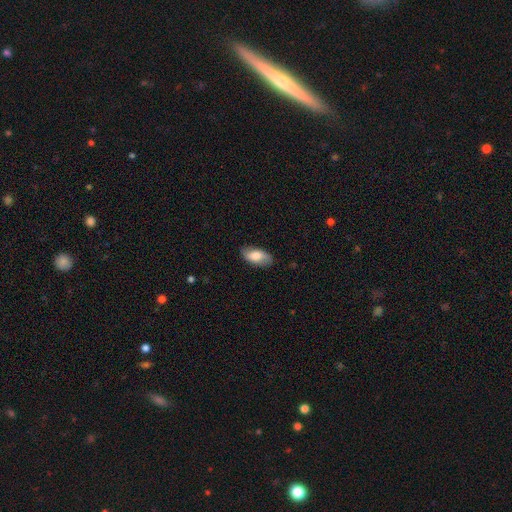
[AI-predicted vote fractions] Smooth or featured? smooth (68%)
How rounded? in between (92%)
Merging? none (83%)